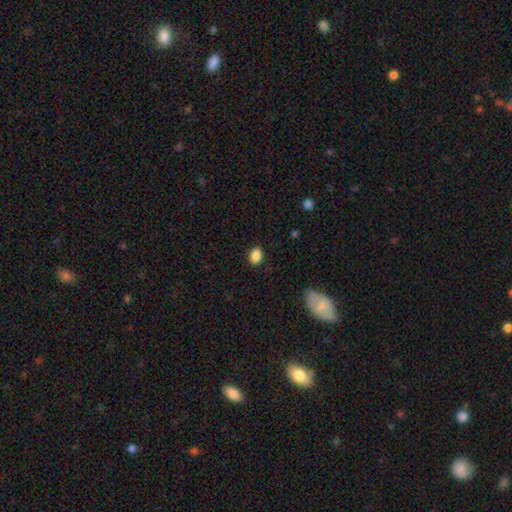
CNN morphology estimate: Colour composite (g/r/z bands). It shows a smooth galaxy with no disk features (87%) that is in between round and cigar-shaped (58%). Merging: none (87%).